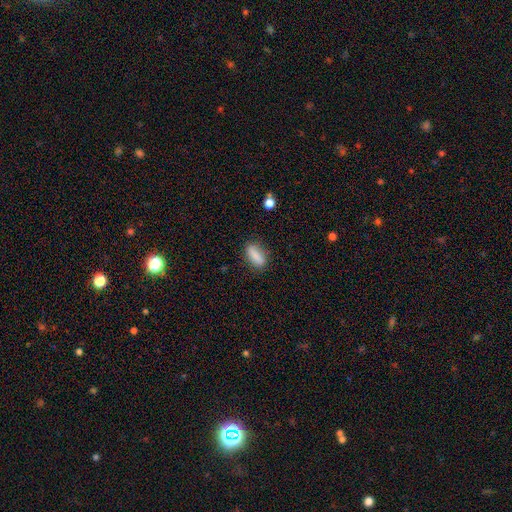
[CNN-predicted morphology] A smooth galaxy with no disk features (84%) that is in between round and cigar-shaped (69%).

Vote fractions:
- Smooth or featured? smooth: 84% / featured or disk: 9% / star or artifact: 8%
- How rounded? in between: 69% / cigar-shaped: 27% / round: 4%
- Merging? none: 80% / minor disturbance: 14% / major disturbance: 4% / merger: 2%